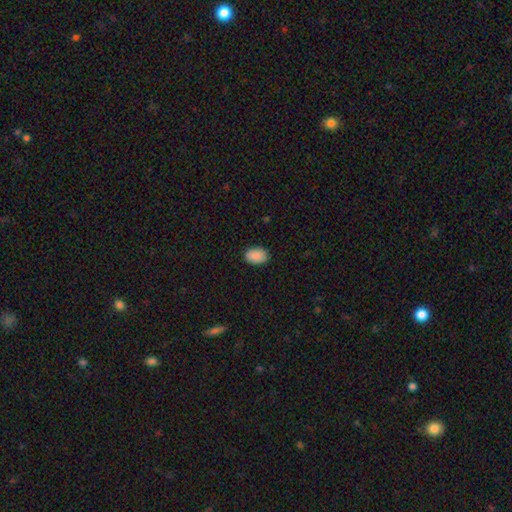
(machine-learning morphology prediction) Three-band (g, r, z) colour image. It shows a smooth galaxy with no disk features (90%) that is in between round and cigar-shaped (85%). Merging: none (87%).